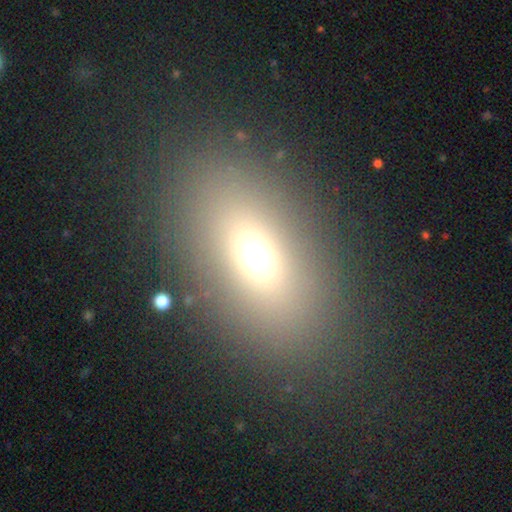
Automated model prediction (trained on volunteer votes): smooth_or_featured: smooth (p=0.65) [alt: star or artifact p=0.19]
how_rounded: in between (p=0.79) [alt: round p=0.16]
merging: none (p=0.83) [alt: minor disturbance p=0.09]